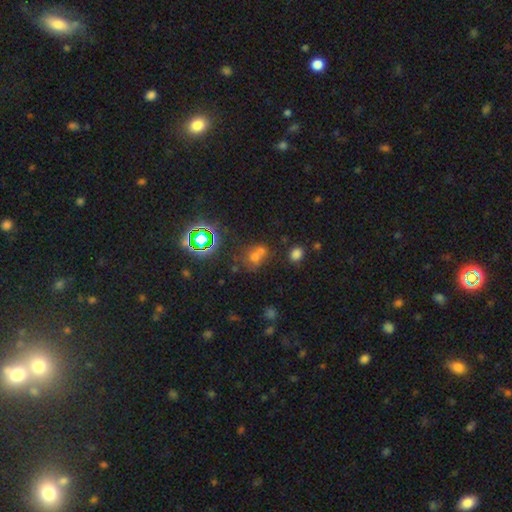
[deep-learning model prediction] This is possibly a smooth galaxy (47%). Merging: marginally merger (43%, tied with none).